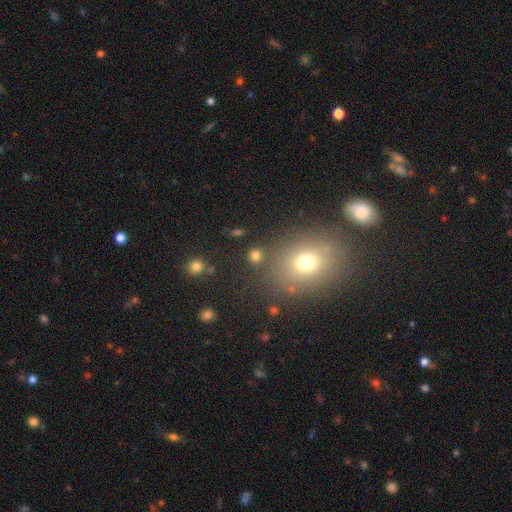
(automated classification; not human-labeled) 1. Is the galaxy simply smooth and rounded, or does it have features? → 76% smooth, 18% star or artifact, 6% featured or disk.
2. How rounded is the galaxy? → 82% round, 16% in between, 1% cigar-shaped.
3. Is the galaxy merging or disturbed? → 81% none, 8% merger, 8% minor disturbance, 4% major disturbance.